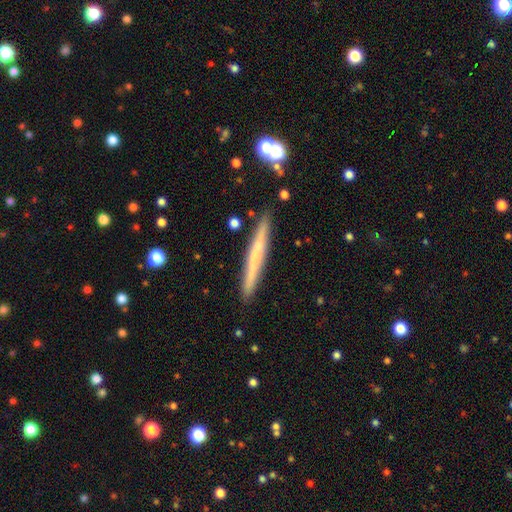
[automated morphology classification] smooth 51%, featured or disk 42%, star or artifact 7%. Down the decision tree: how rounded — cigar-shaped (97%); merging — none (90%).